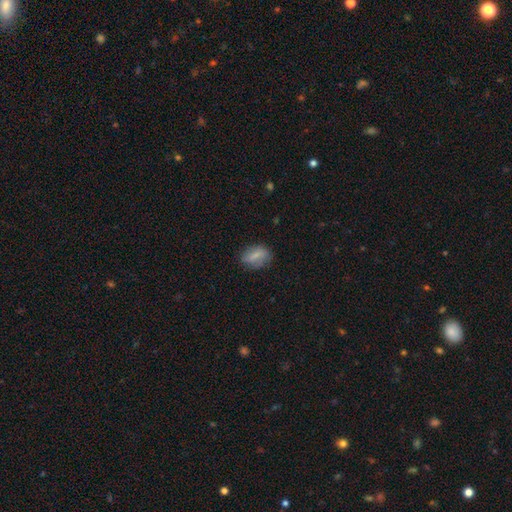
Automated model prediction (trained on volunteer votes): Smooth or featured: smooth — 69% (featured or disk — 22%)
How rounded: in between — 81% (round — 16%)
Merging: none — 68% (minor disturbance — 23%)